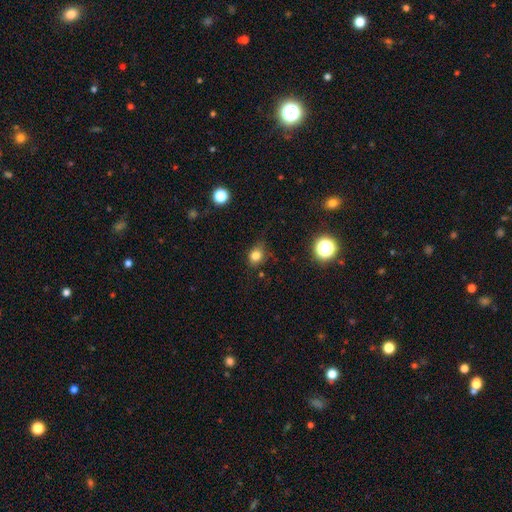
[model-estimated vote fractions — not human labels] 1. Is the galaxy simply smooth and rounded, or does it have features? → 79% smooth, 14% star or artifact, 7% featured or disk.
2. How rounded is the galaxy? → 56% round, 43% in between, 1% cigar-shaped.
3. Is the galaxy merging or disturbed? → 68% none, 24% minor disturbance, 6% major disturbance, 2% merger.